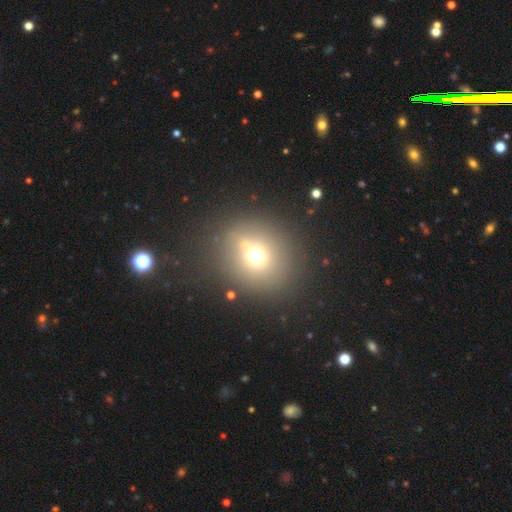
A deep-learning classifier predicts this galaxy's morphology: The model was most divided on "smooth or featured": smooth: 63%, star or artifact: 20%, featured or disk: 17%. More confident: how rounded — round (82%); merging — none (73%).